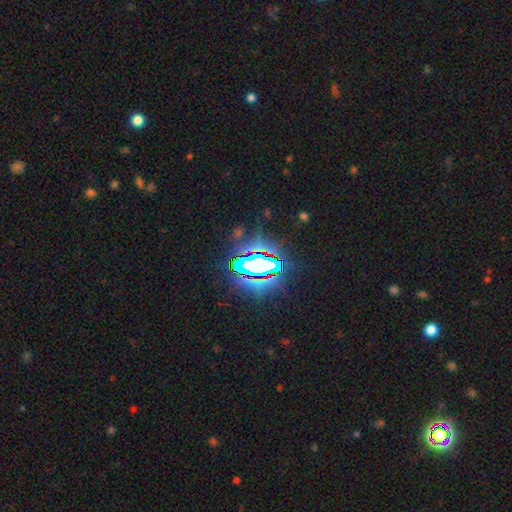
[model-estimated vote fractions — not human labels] smooth_or_featured: star or artifact (p=0.76) [alt: smooth p=0.12]